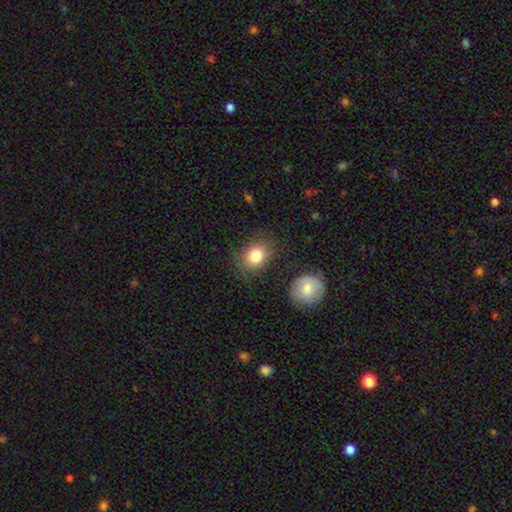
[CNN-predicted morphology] This is clearly a smooth galaxy (82%). How rounded: possibly round (52%). Merging: clearly none (80%).